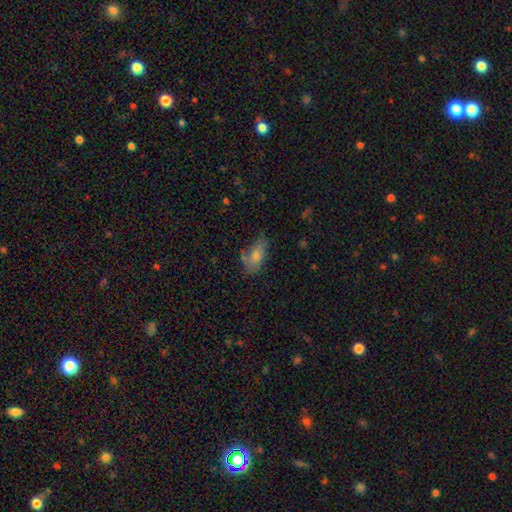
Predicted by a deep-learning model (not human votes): The model was most divided on "merging": none: 61%, minor disturbance: 25%, major disturbance: 8%, merger: 6%. More confident: how rounded — in between (82%); smooth or featured — smooth (67%).